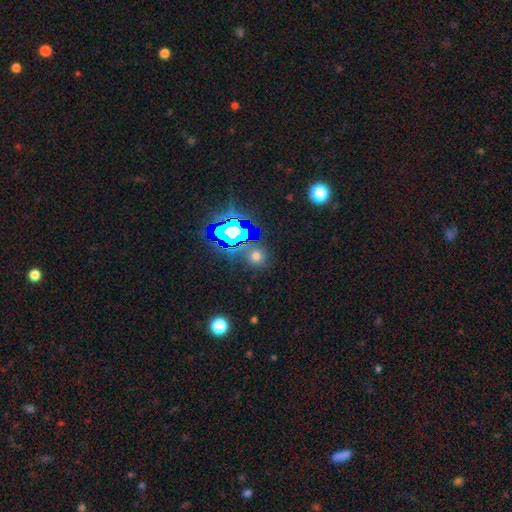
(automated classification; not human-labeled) Smooth or featured? Predicted: smooth (p=0.52). How rounded? Predicted: round (p=0.83). Merging? Predicted: none (p=0.82).